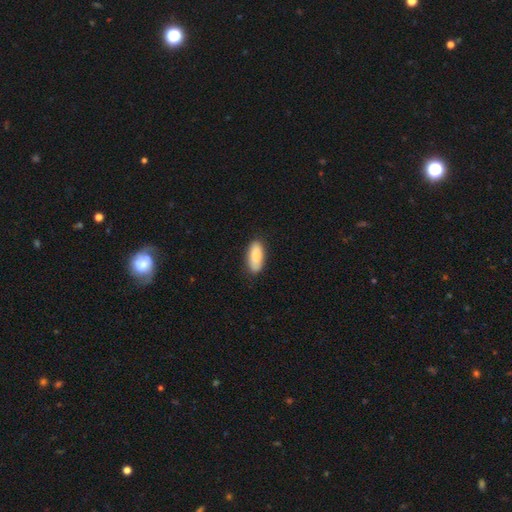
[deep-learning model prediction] smooth 85%, featured or disk 9%, star or artifact 6%. Down the decision tree: how rounded — in between (84%); merging — none (85%).